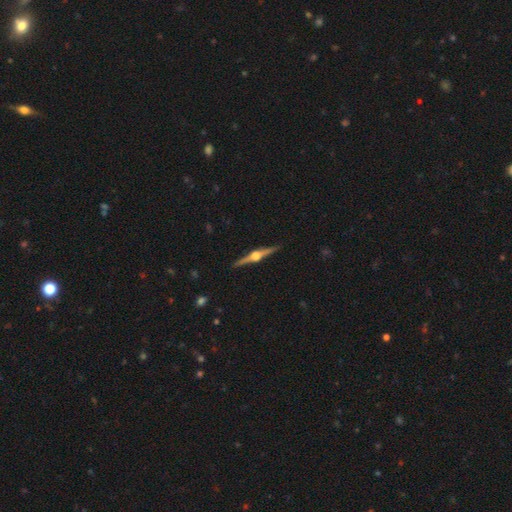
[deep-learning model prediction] smooth-or-featured: featured or disk: 87% | smooth: 8% | star or artifact: 5%
  disk-edge-on: yes: 99% | no: 1%
    edge-on-bulge: rounded: 95% | boxy: 4% | none: 1%
  merging: none: 92% | minor disturbance: 6% | major disturbance: 1% | merger: 1%